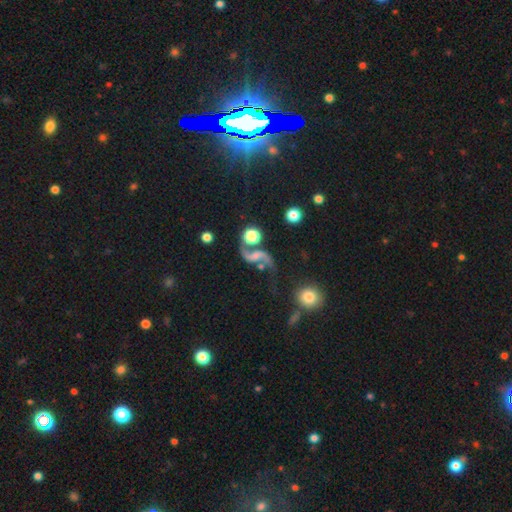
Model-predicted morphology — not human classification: This appears to be a featured or disk galaxy (85%) with no bar (48%), 2 (93%) loose (87%) spiral arms (96%) and no central bulge (32%, tied with small). Merging: none (53%).